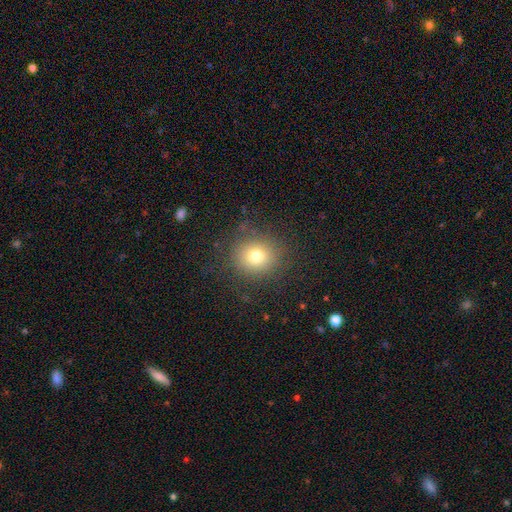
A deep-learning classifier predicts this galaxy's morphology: type=smooth (73%); roundness=round (87%); merging=none (84%).